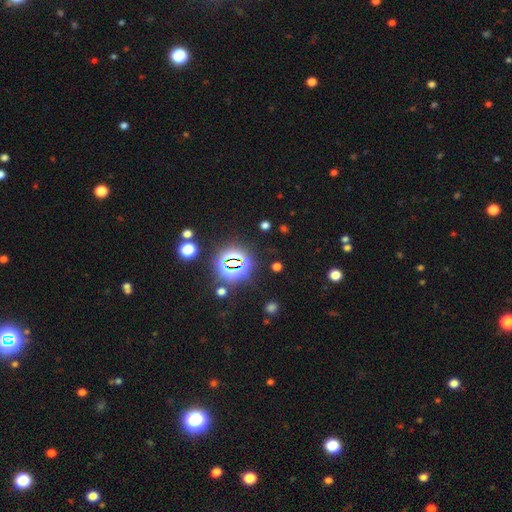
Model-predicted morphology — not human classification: The model was most divided on "smooth or featured": star or artifact: 82%, smooth: 11%, featured or disk: 7%.